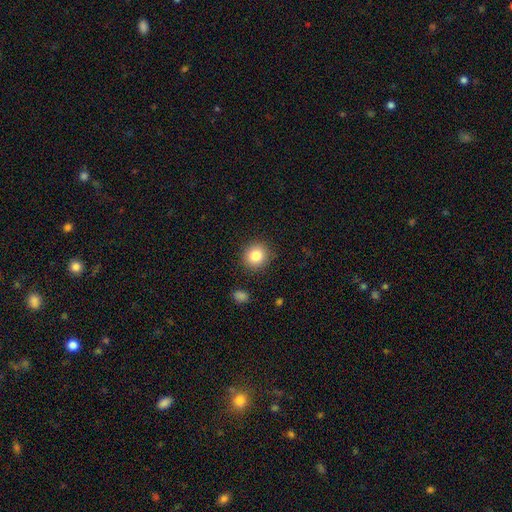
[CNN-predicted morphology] smooth 84%, star or artifact 10%, featured or disk 6%. Down the decision tree: how rounded — round (88%); merging — none (89%).